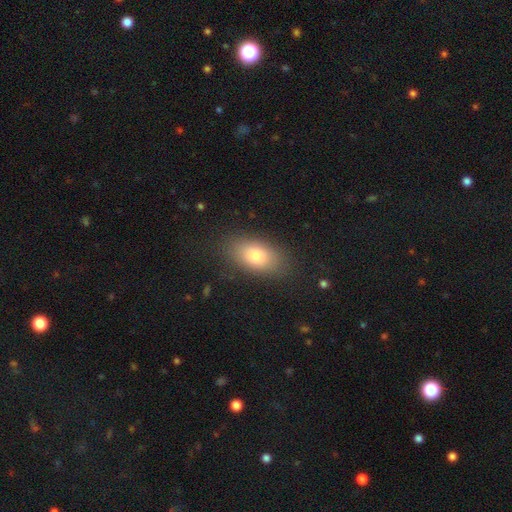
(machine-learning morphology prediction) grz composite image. It shows a smooth galaxy with no disk features (79%) that is in between round and cigar-shaped (89%). Merging: none (84%).